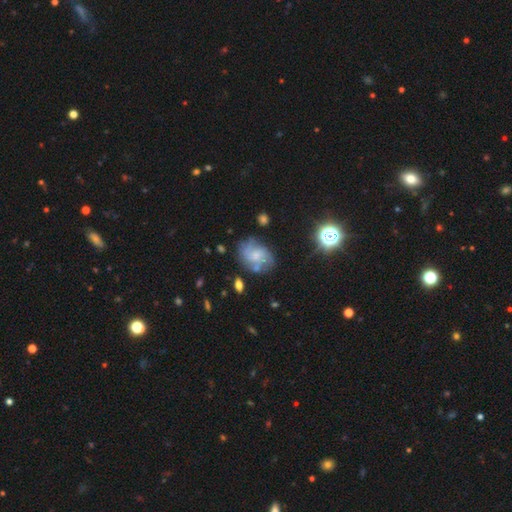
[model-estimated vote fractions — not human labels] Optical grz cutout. It shows a featured or disk galaxy (56%) with no bar (68%), spiral arms (79%) and a small central bulge (46%). Merging: none (61%).